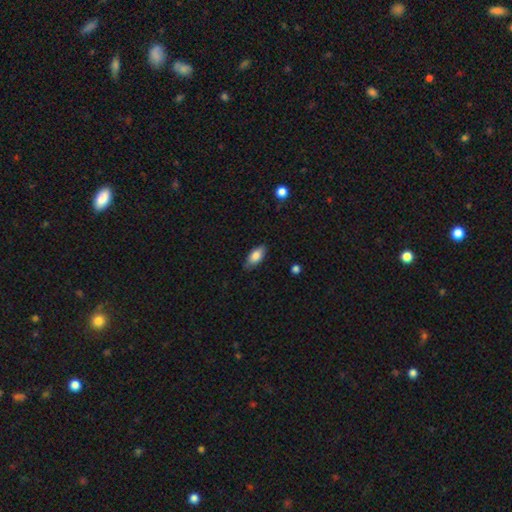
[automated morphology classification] type=smooth (82%); roundness=in between (87%); merging=none (82%).